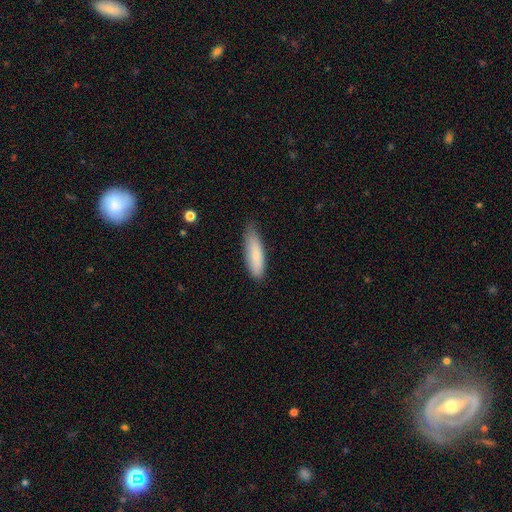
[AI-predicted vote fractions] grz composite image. It shows a smooth galaxy with no disk features (82%) that is cigar-shaped (57%). Merging: none (71%).